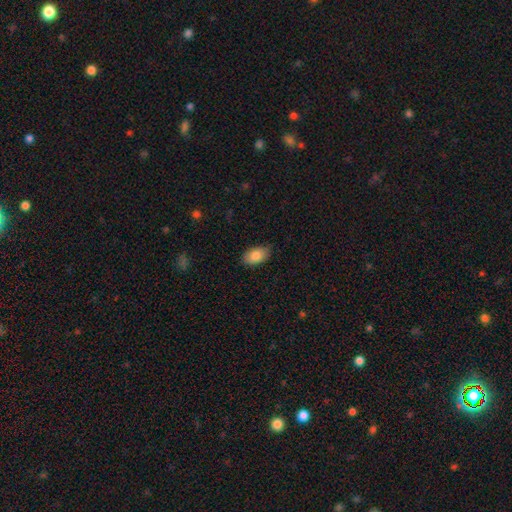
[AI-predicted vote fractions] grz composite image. It shows a smooth galaxy with no disk features (85%) that is in between round and cigar-shaped (93%). Merging: none (83%).